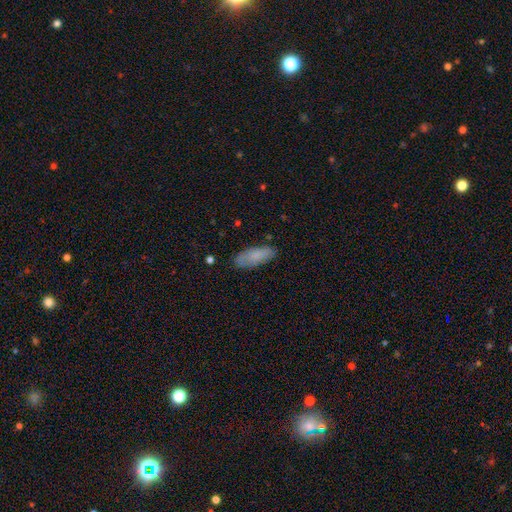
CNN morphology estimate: A smooth galaxy with no disk features (82%) that is in between round and cigar-shaped (68%).

Vote fractions:
- Smooth or featured? smooth: 82% / featured or disk: 12% / star or artifact: 6%
- How rounded? in between: 68% / cigar-shaped: 30% / round: 2%
- Merging? none: 80% / minor disturbance: 15% / major disturbance: 3% / merger: 2%